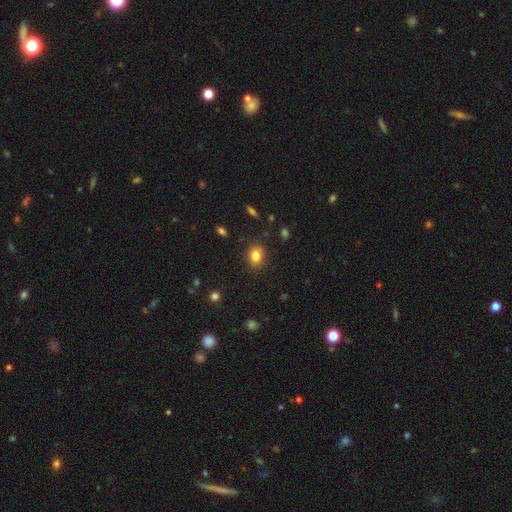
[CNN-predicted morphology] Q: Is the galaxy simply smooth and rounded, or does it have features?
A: smooth — 82%.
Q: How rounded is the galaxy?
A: in between — 53%.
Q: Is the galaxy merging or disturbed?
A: none — 86%.